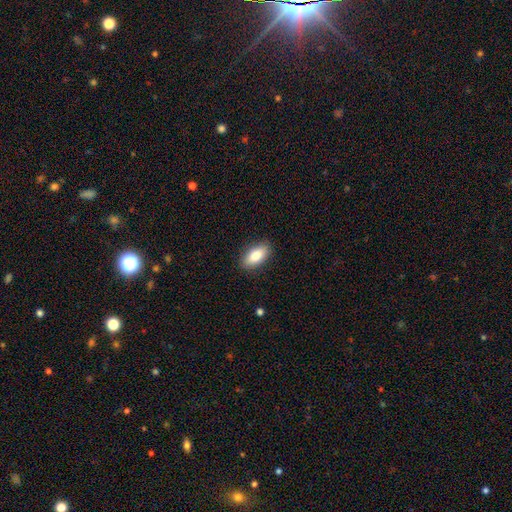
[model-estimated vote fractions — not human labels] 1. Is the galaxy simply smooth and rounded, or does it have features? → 84% smooth, 9% featured or disk, 7% star or artifact.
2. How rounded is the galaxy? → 90% in between, 7% cigar-shaped, 3% round.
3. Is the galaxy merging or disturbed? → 88% none, 9% minor disturbance, 2% major disturbance, 1% merger.